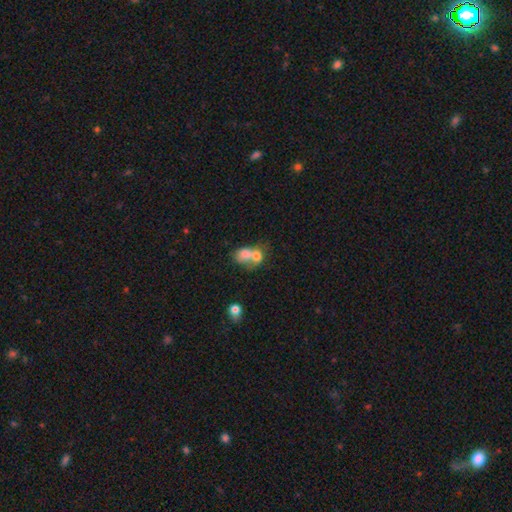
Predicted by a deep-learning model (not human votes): This appears to be a smooth galaxy with no disk features (69%) that is in between round and cigar-shaped (60%). Merging: merger (73%).